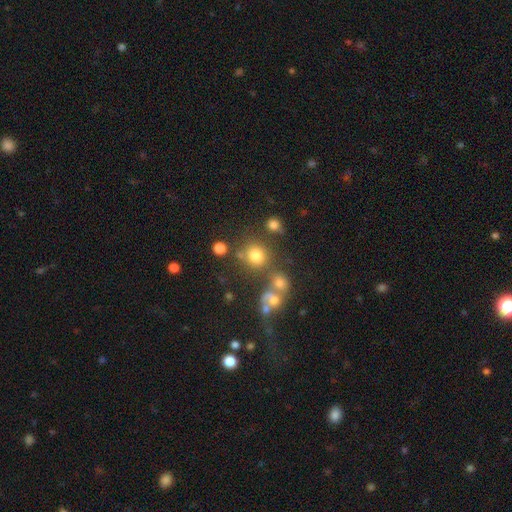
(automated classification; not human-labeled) Q: Smooth or featured?
A: smooth (74%); runner-up: star or artifact (16%)
Q: How rounded?
A: round (85%); runner-up: in between (14%)
Q: Merging?
A: none (65%); runner-up: merger (18%)